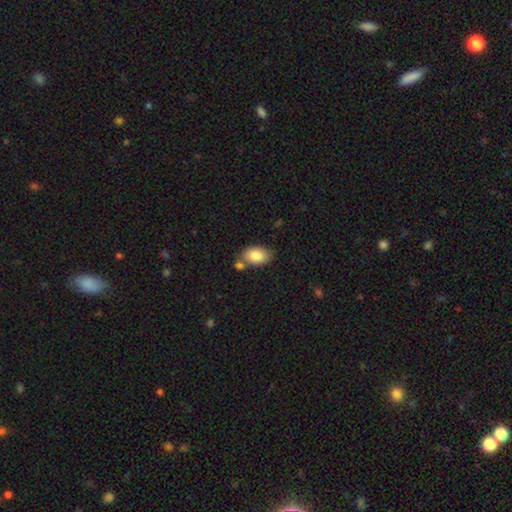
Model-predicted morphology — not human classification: Smooth or featured? smooth (84%)
How rounded? in between (90%)
Merging? none (61%)